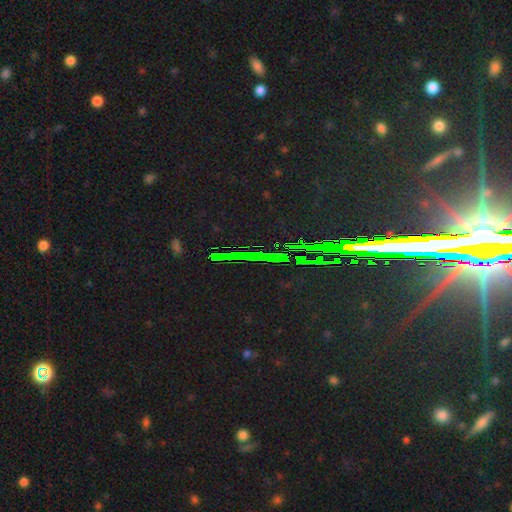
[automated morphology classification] Smooth or featured?
  - star or artifact: 80% *
  - featured or disk: 11%
  - smooth: 9%